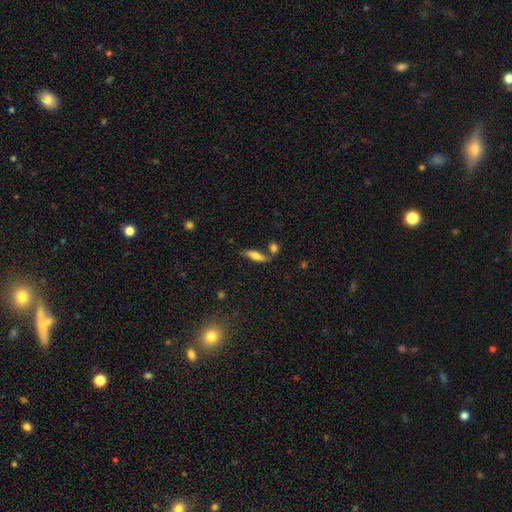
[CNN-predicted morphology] Smooth or featured? Predicted: smooth (p=0.60). How rounded? Predicted: cigar-shaped (p=0.58). Merging? Predicted: none (p=0.67).